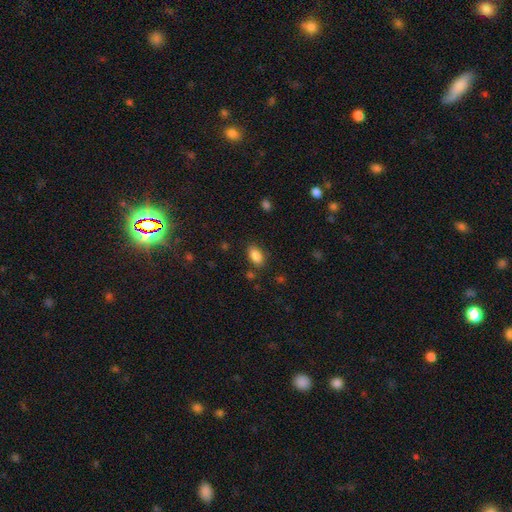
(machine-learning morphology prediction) A smooth galaxy with no disk features (87%) that is in between round and cigar-shaped (91%).

Vote fractions:
- Smooth or featured? smooth: 87% / star or artifact: 8% / featured or disk: 5%
- How rounded? in between: 91% / round: 6% / cigar-shaped: 2%
- Merging? none: 83% / minor disturbance: 12% / major disturbance: 3% / merger: 3%